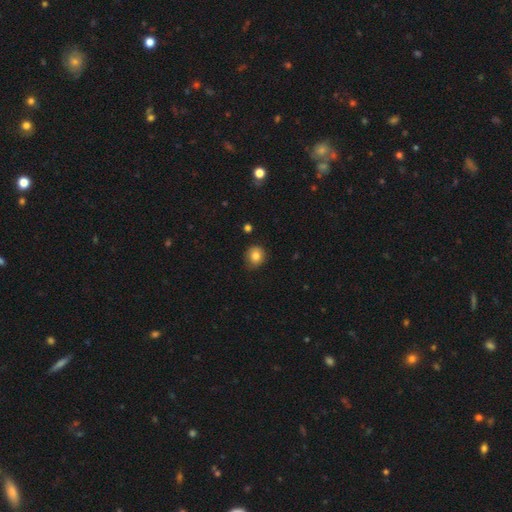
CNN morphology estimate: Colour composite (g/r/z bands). It shows a smooth galaxy with no disk features (82%) that is round (76%). Merging: none (76%).